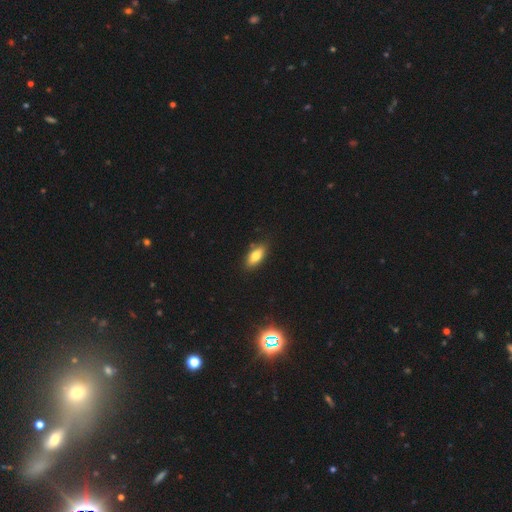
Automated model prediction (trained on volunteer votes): A smooth galaxy with no disk features (79%) that is in between round and cigar-shaped (81%).

Vote fractions:
- Smooth or featured? smooth: 79% / featured or disk: 13% / star or artifact: 8%
- How rounded? in between: 81% / cigar-shaped: 16% / round: 3%
- Merging? none: 84% / minor disturbance: 12% / major disturbance: 2% / merger: 2%